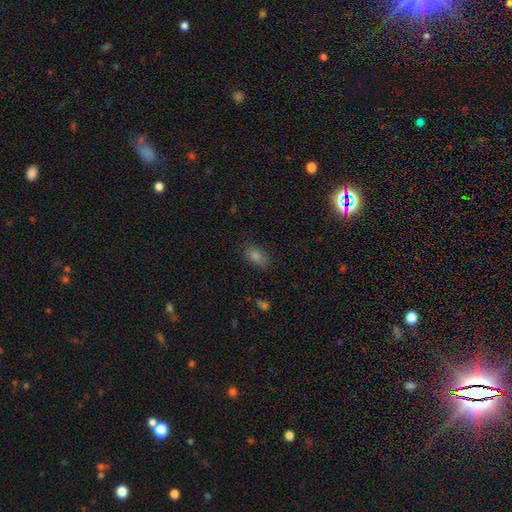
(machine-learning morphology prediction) This appears to be a smooth galaxy with no disk features (71%) that is in between round and cigar-shaped (81%). Merging: none (84%).